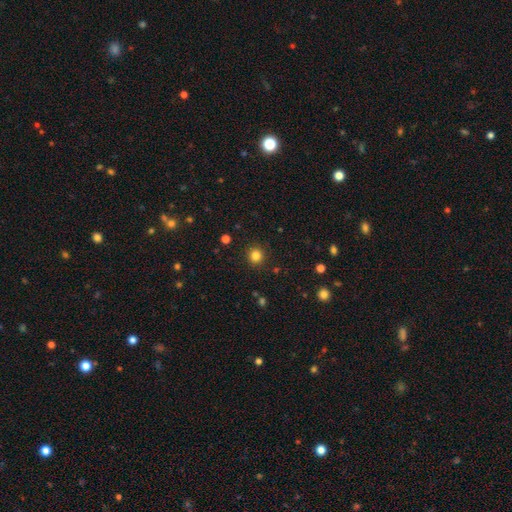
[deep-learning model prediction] Smooth or featured? Predicted: smooth (p=0.83). How rounded? Predicted: round (p=0.92). Merging? Predicted: none (p=0.91).